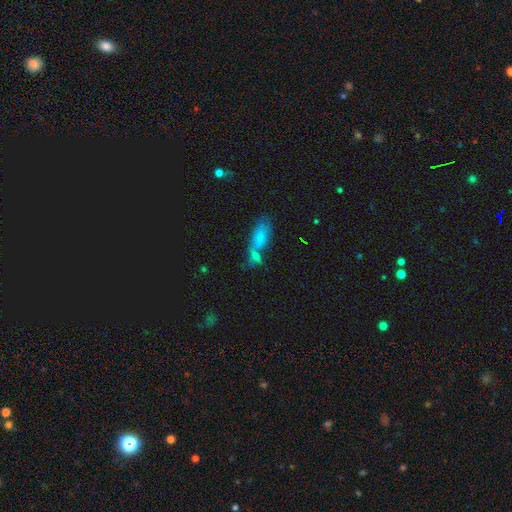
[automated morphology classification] Smooth or featured? Predicted: smooth (p=0.69). How rounded? Predicted: in between (p=0.69). Merging? Predicted: merger (p=0.41).